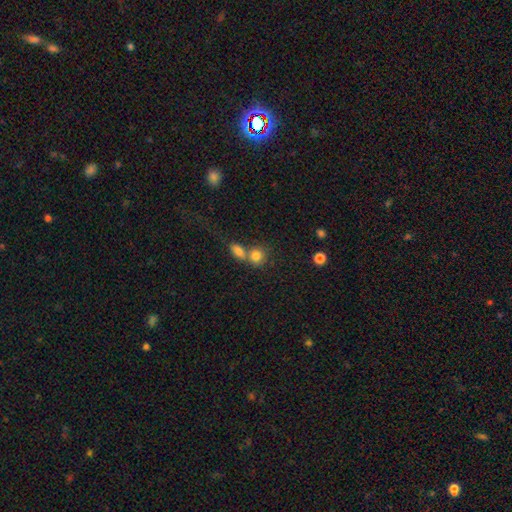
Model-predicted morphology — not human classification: Q: Smooth or featured?
A: smooth (80%); runner-up: star or artifact (11%)
Q: How rounded?
A: round (69%); runner-up: in between (29%)
Q: Merging?
A: merger (48%); runner-up: none (41%)